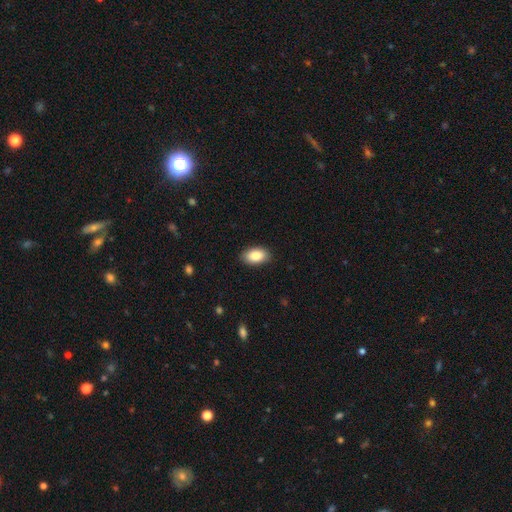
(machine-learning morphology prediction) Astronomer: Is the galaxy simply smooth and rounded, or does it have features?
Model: smooth — 85%.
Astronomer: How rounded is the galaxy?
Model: in between — 93%.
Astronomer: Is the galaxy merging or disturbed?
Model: none — 88%.